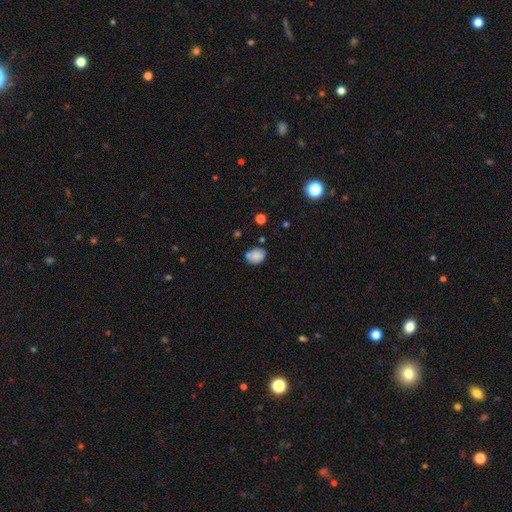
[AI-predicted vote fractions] Smooth or featured: smooth — 80% (featured or disk — 10%)
How rounded: in between — 56% (round — 43%)
Merging: none — 61% (minor disturbance — 24%)